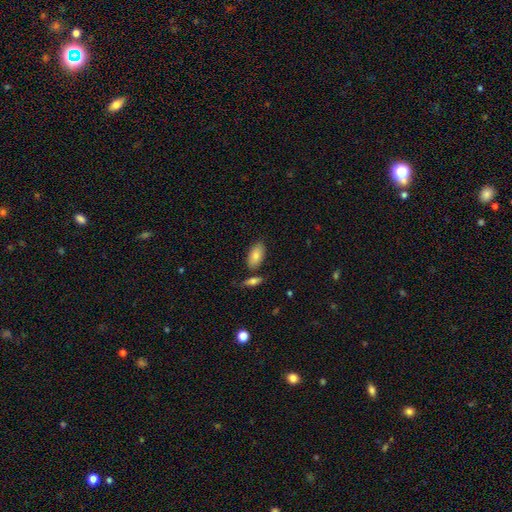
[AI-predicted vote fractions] Overall: smooth (82%). How rounded: in between (93%). Merging: none (74%).